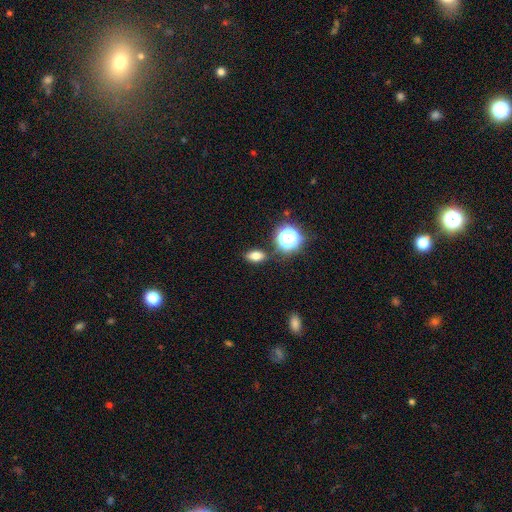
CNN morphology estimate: The model was most divided on "smooth or featured": smooth: 73%, star or artifact: 18%, featured or disk: 9%. More confident: merging — none (83%); how rounded — in between (77%).